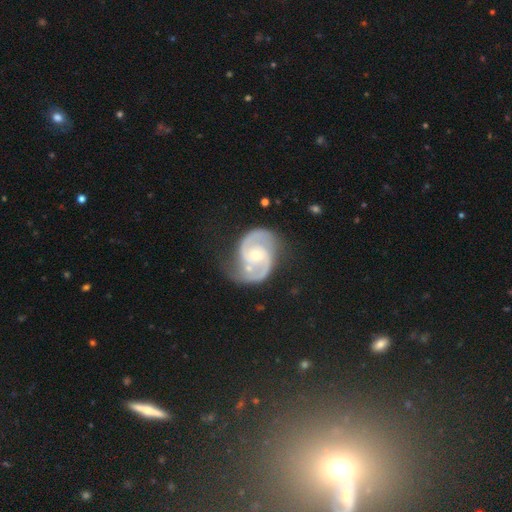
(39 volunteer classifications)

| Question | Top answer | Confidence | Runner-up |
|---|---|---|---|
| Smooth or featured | featured or disk | 92% | star or artifact (8%) |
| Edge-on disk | no | 100% | — |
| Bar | no | 64% | weak (22%) |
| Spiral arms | yes | 97% | no (3%) |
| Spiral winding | medium | 71% | tight (17%) |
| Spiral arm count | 2 | 100% | — |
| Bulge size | moderate | 58% | small (33%) |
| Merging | none | 67% | minor disturbance (14%) |